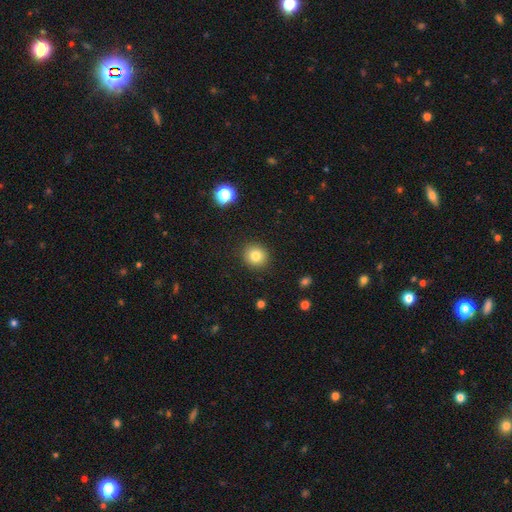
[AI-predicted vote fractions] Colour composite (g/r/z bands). It shows a smooth galaxy with no disk features (82%) that is round (88%). Merging: none (90%).